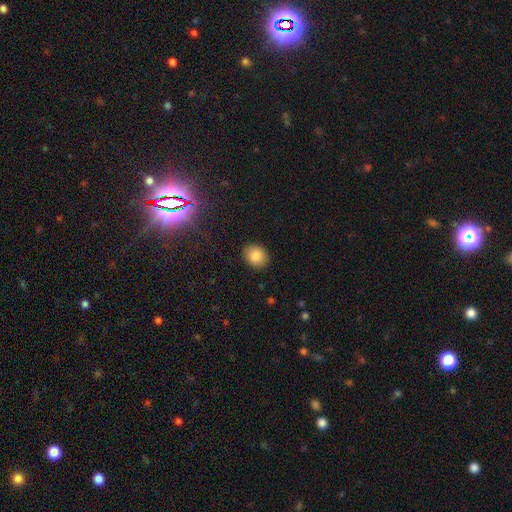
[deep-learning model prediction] Overall: smooth (84%). How rounded: round (59%; in between 40%). Merging: none (89%).